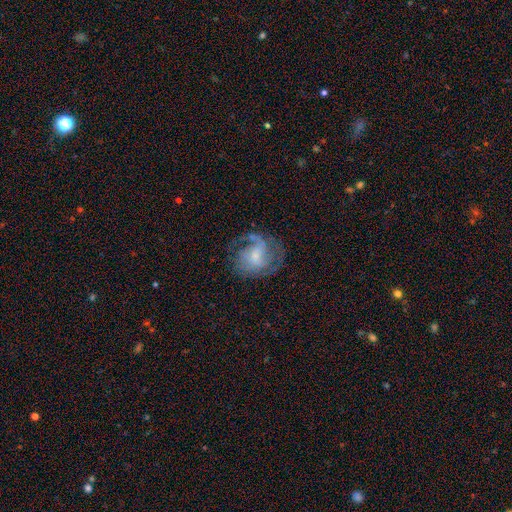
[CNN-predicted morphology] smooth-or-featured: featured or disk: 75% | smooth: 18% | star or artifact: 7%
  disk-edge-on: no: 98% | yes: 2%
    bar: no: 46% | weak: 43% | strong: 10%
    has-spiral-arms: yes: 89% | no: 11%
      spiral-winding: medium: 47% | tight: 30% | loose: 23%
      spiral-arm-count: 2: 50% | can't tell: 19% | 3: 12% | 1: 12% | 4: 3% | more than 4: 3%
    bulge-size: small: 47% | moderate: 35% | none: 10% | large: 6% | dominant: 1%
  merging: none: 59% | minor disturbance: 20% | major disturbance: 19% | merger: 2%